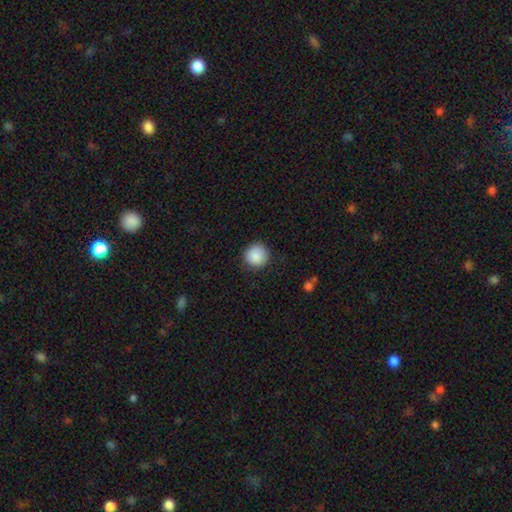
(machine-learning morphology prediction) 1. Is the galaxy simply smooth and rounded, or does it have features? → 89% smooth, 8% star or artifact, 3% featured or disk.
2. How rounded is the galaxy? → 94% round, 5% in between, 1% cigar-shaped.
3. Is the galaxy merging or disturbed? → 88% none, 9% minor disturbance, 2% major disturbance, 1% merger.